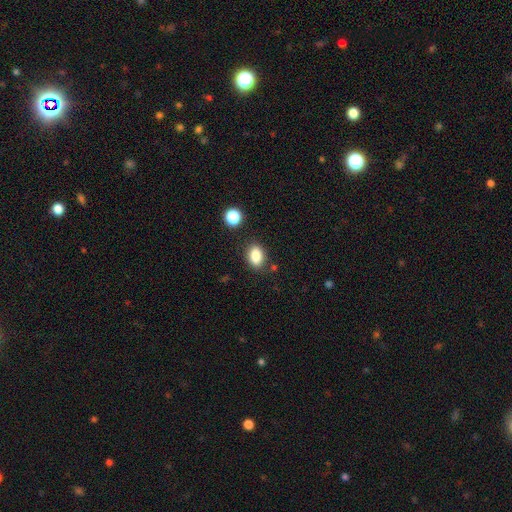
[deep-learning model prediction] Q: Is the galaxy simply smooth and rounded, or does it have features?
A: smooth — 85%.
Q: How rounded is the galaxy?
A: in between — 82%.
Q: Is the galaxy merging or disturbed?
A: none — 79%.